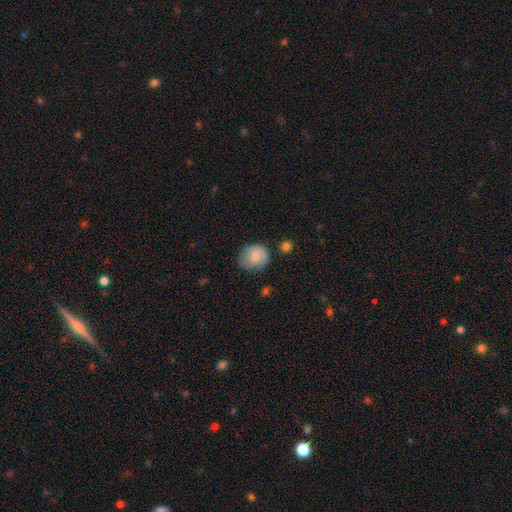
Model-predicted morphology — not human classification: A smooth galaxy with no disk features (76%) that is round (67%). Merging: none (62%).